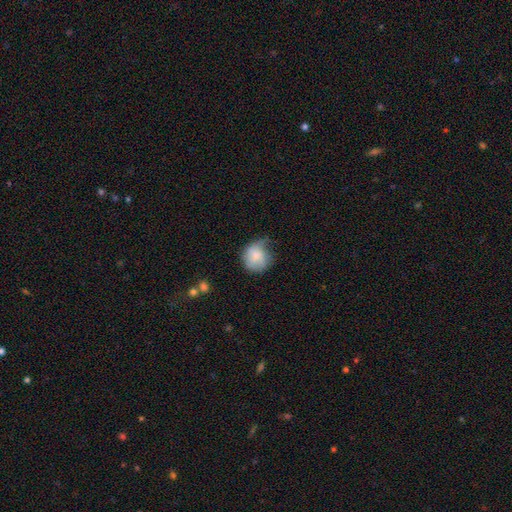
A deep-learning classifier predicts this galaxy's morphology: This is likely a smooth galaxy (71%). How rounded: likely round (75%). Merging: marginally minor disturbance (42%).